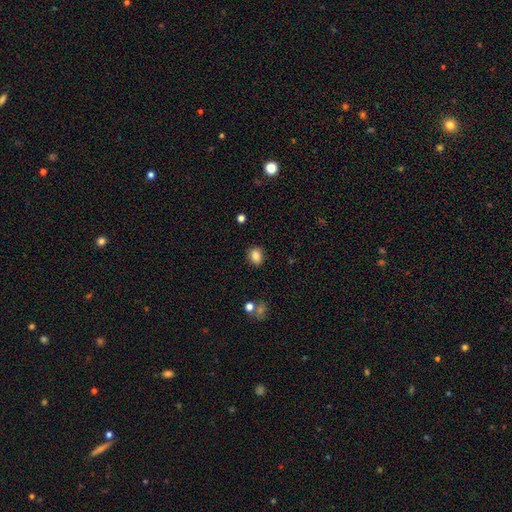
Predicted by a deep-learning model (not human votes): smooth 83%, star or artifact 10%, featured or disk 6%. Down the decision tree: how rounded — round (53%); merging — none (87%).